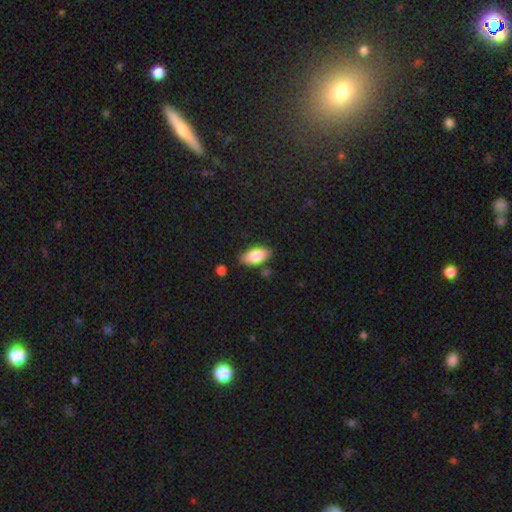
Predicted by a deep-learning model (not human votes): smooth 82%, featured or disk 11%, star or artifact 7%. Down the decision tree: how rounded — in between (91%); merging — none (80%).